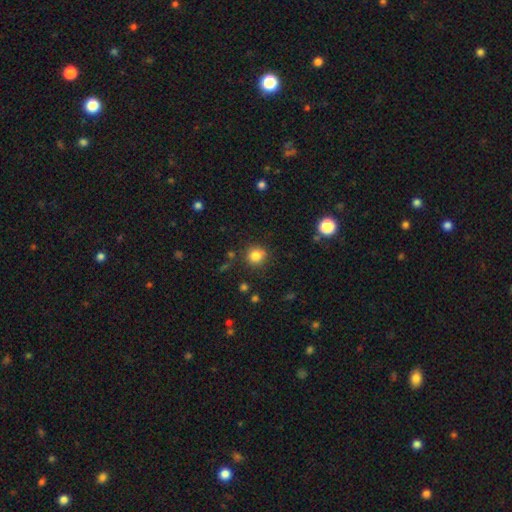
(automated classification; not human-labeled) This is clearly a smooth galaxy (83%). How rounded: clearly round (90%). Merging: clearly none (85%).